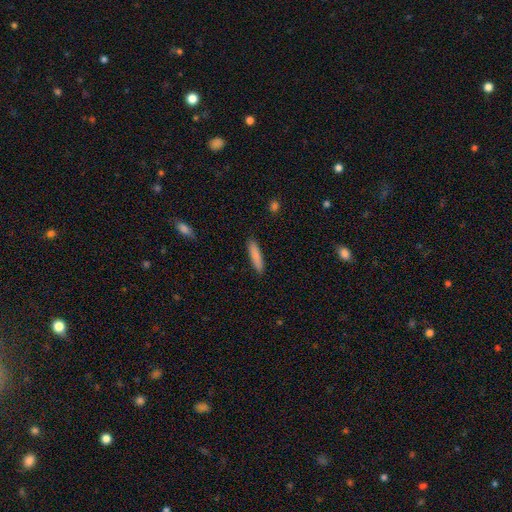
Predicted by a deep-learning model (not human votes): Overall: smooth (86%). How rounded: cigar-shaped (82%). Merging: none (90%).